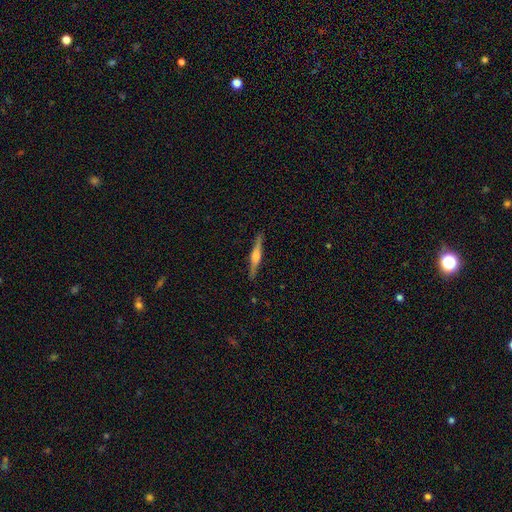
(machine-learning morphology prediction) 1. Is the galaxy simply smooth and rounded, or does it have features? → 72% featured or disk, 22% smooth, 6% star or artifact.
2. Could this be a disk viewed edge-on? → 98% yes, 2% no.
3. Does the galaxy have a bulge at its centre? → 75% rounded, 19% boxy, 6% none.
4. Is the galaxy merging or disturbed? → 90% none, 7% minor disturbance, 2% major disturbance, 1% merger.